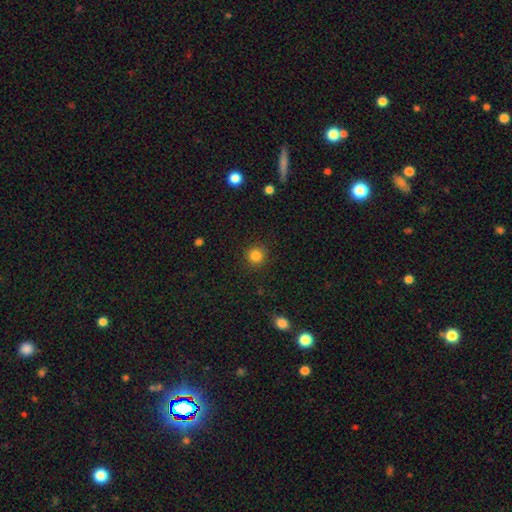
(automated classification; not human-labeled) Overall: smooth (84%). How rounded: round (94%). Merging: none (91%).